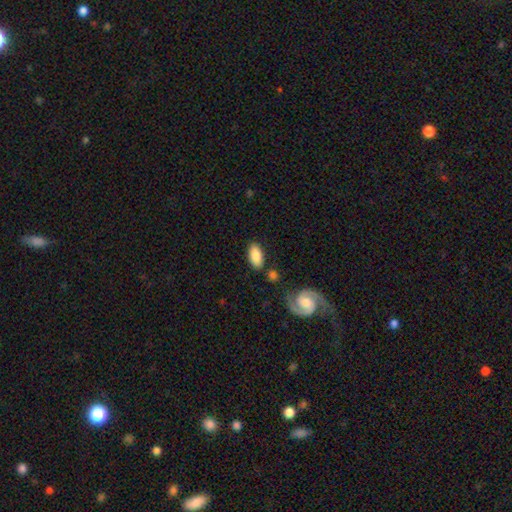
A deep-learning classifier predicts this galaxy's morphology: smooth-or-featured: smooth: 82% | featured or disk: 13% | star or artifact: 6%
  how-rounded: in between: 90% | cigar-shaped: 6% | round: 3%
  merging: none: 78% | minor disturbance: 13% | merger: 5% | major disturbance: 4%